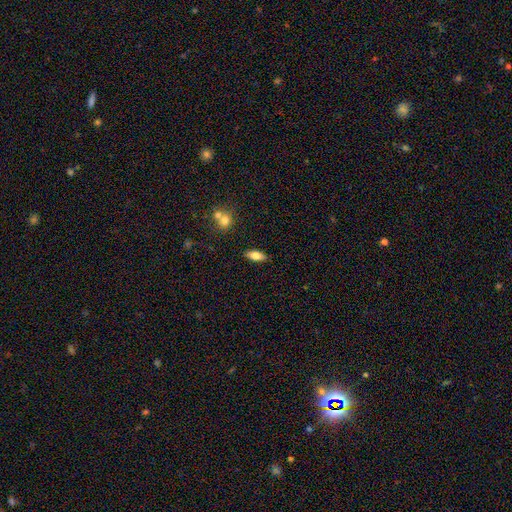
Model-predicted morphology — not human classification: smooth_or_featured: smooth (p=0.74) [alt: featured or disk p=0.19]
how_rounded: in between (p=0.82) [alt: cigar-shaped p=0.15]
merging: none (p=0.87) [alt: minor disturbance p=0.09]